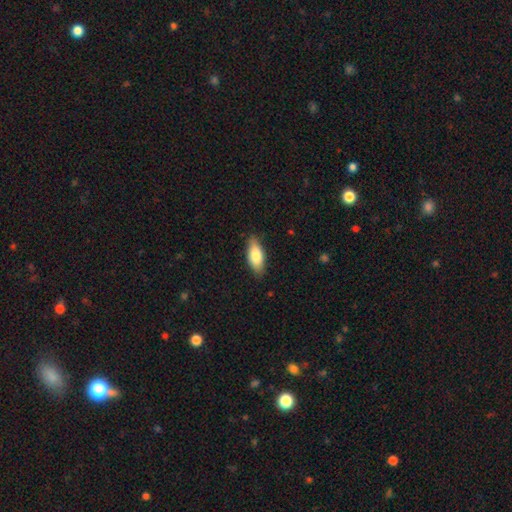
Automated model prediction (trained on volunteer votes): Smooth or featured? smooth (79%)
How rounded? in between (80%)
Merging? none (85%)